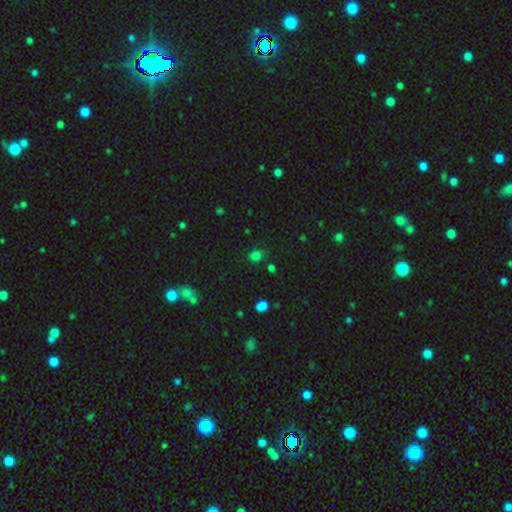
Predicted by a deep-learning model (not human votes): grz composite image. It shows a smooth galaxy with no disk features (76%) that is round (72%). Merging: none (84%).